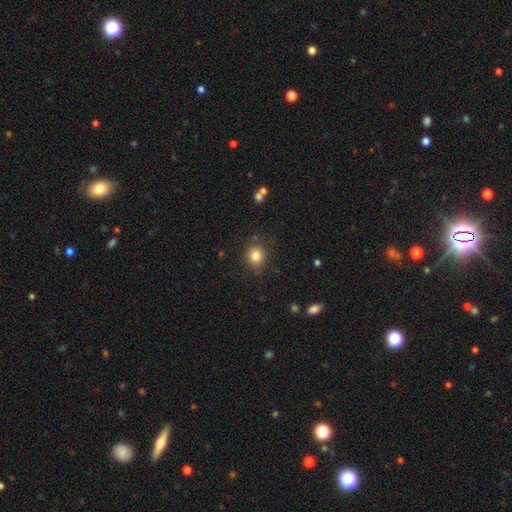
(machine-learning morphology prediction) Smooth or featured? Predicted: smooth (p=0.82). How rounded? Predicted: round (p=0.77). Merging? Predicted: none (p=0.83).